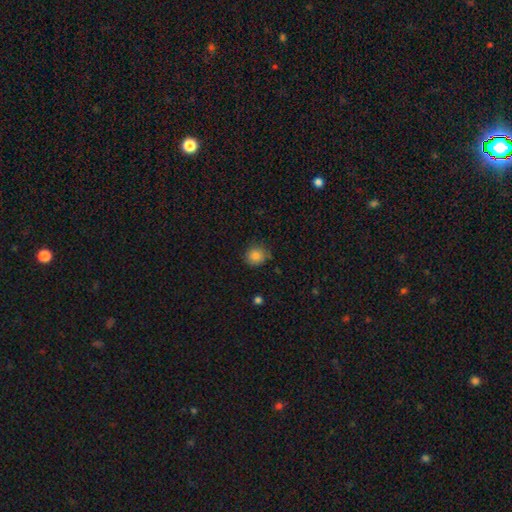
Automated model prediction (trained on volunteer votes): smooth_or_featured: smooth (p=0.85) [alt: star or artifact p=0.10]
how_rounded: round (p=0.88) [alt: in between p=0.11]
merging: none (p=0.82) [alt: minor disturbance p=0.14]